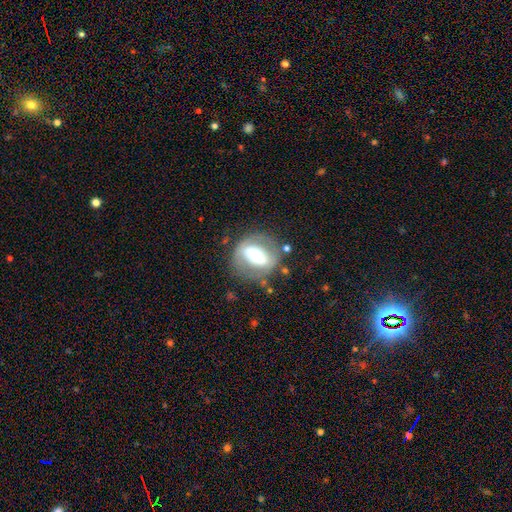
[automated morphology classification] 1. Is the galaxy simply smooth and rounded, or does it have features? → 64% featured or disk, 29% smooth, 7% star or artifact.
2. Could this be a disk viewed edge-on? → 91% no, 9% yes.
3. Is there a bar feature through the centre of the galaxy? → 54% strong, 27% weak, 19% no.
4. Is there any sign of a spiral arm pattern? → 55% no, 45% yes.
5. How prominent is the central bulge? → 63% moderate, 19% large, 14% small, 3% dominant, 1% none.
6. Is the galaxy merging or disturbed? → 72% none, 16% minor disturbance, 10% major disturbance, 3% merger.